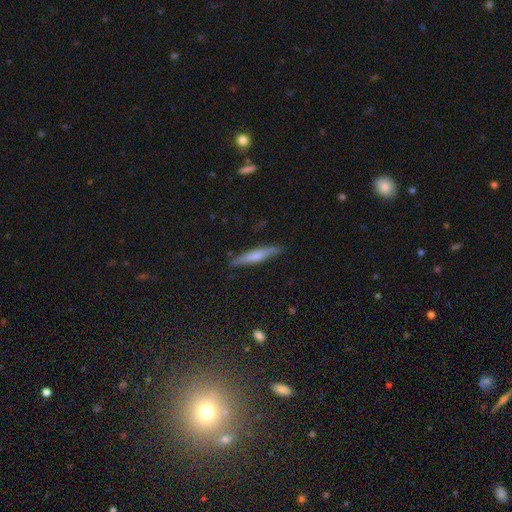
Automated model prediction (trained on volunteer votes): The model was most divided on "smooth or featured": smooth: 48%, featured or disk: 46%, star or artifact: 7%. More confident: merging — none (87%).